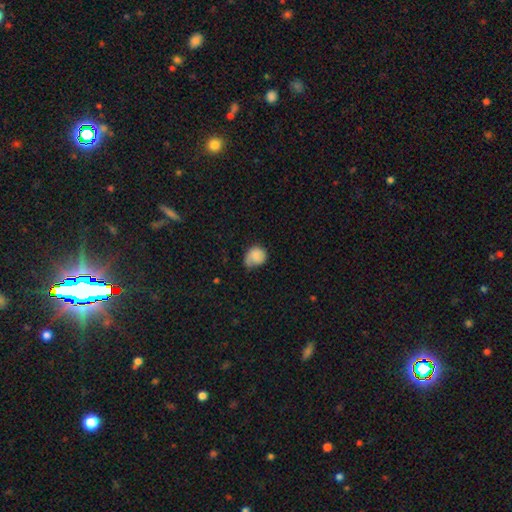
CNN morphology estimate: Q: Smooth or featured?
A: smooth (75%); runner-up: featured or disk (17%)
Q: How rounded?
A: round (67%); runner-up: in between (32%)
Q: Merging?
A: minor disturbance (41%); runner-up: none (39%)